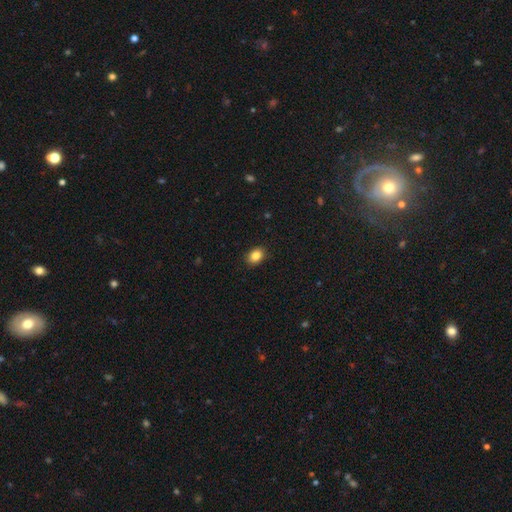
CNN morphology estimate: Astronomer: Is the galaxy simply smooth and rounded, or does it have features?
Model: smooth — 86%.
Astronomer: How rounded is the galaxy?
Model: in between — 69%.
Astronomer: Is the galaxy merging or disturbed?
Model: none — 89%.